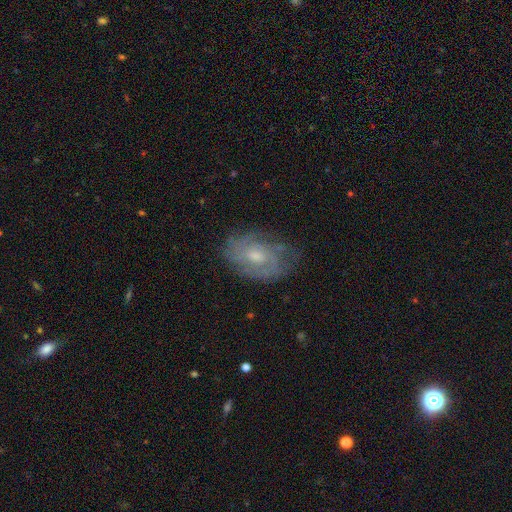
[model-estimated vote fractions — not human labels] A featured or disk galaxy (69%) with no bar (64%), tight (52%) spiral arms (82%) and a moderate central bulge (56%).

Vote fractions:
- Smooth or featured? featured or disk: 69% / smooth: 23% / star or artifact: 8%
- Edge-on disk? no: 95% / yes: 5%
- Bar? no: 64% / weak: 31% / strong: 4%
- Spiral arms? yes: 82% / no: 18%
- Spiral winding? tight: 52% / medium: 36% / loose: 12%
- Spiral arm count? can't tell: 47% / 2: 27% / 3: 13% / 4: 5% / 1: 5% / more than 4: 3%
- Bulge size? moderate: 56% / small: 36% / large: 4% / none: 4% / dominant: 1%
- Merging? none: 68% / minor disturbance: 22% / major disturbance: 8% / merger: 1%